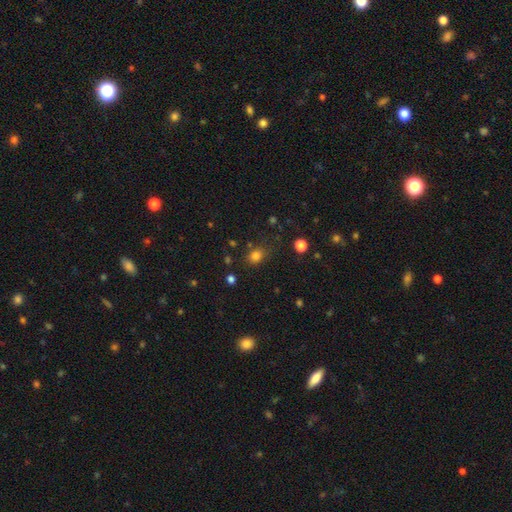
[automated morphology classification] Smooth or featured: smooth — 78% (star or artifact — 16%)
How rounded: round — 56% (in between — 43%)
Merging: none — 73% (minor disturbance — 16%)